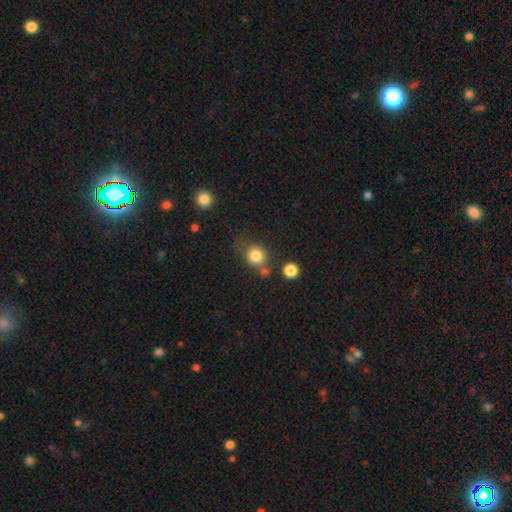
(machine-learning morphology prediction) Overall: smooth (81%). How rounded: round (77%). Merging: none (58%).